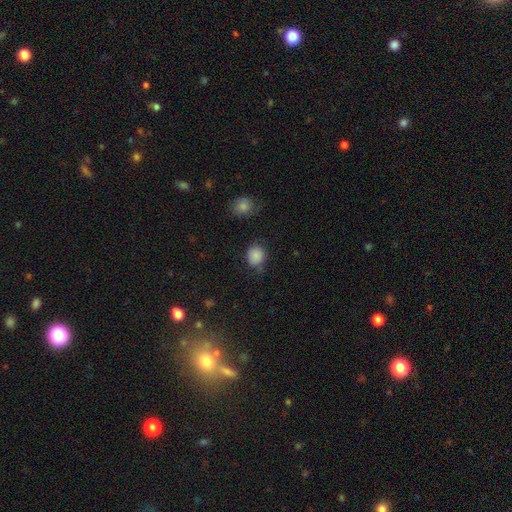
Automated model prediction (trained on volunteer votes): smooth 85%, star or artifact 11%, featured or disk 4%. Down the decision tree: how rounded — round (77%); merging — none (67%).